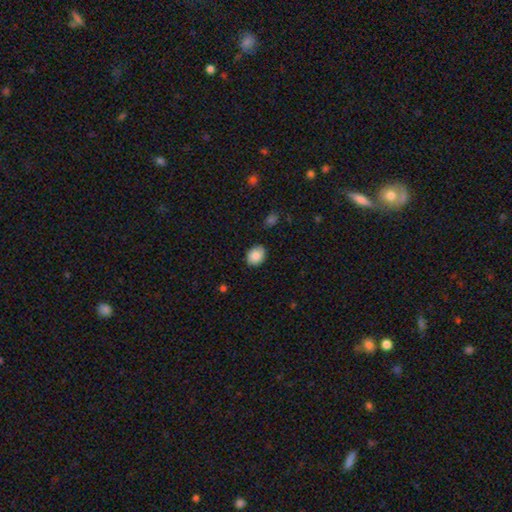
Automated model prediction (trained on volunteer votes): The model was most divided on "how rounded": round: 51%, in between: 48%, cigar-shaped: 1%. More confident: smooth or featured — smooth (86%); merging — none (83%).